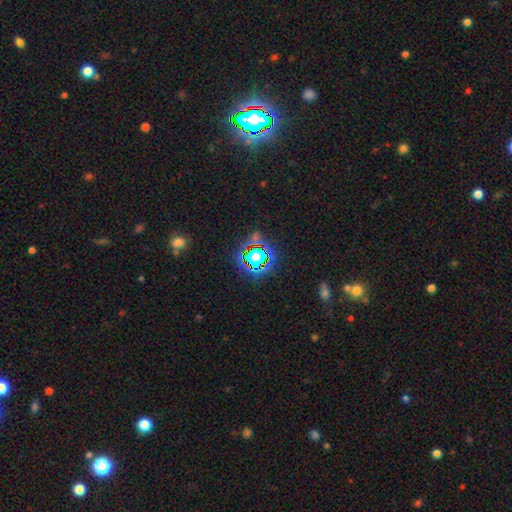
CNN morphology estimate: star or artifact 77%, smooth 15%, featured or disk 9%.